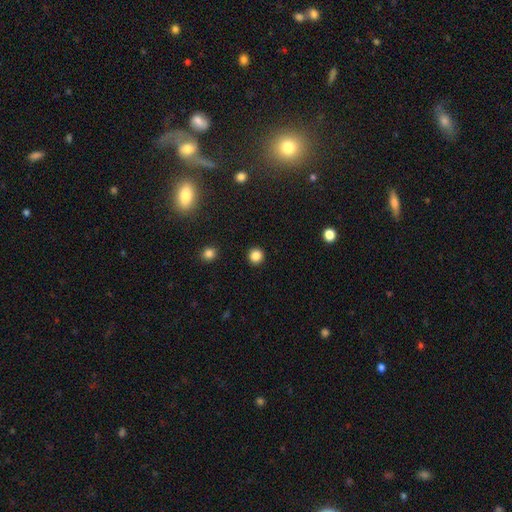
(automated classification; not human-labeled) This appears to be a smooth galaxy with no disk features (86%) that is round (94%). Merging: none (93%).